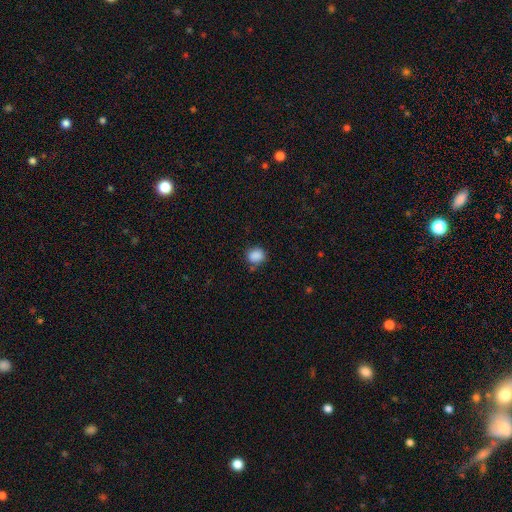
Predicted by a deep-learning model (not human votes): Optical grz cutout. It shows a smooth galaxy with no disk features (87%) that is round (68%). Merging: none (77%).